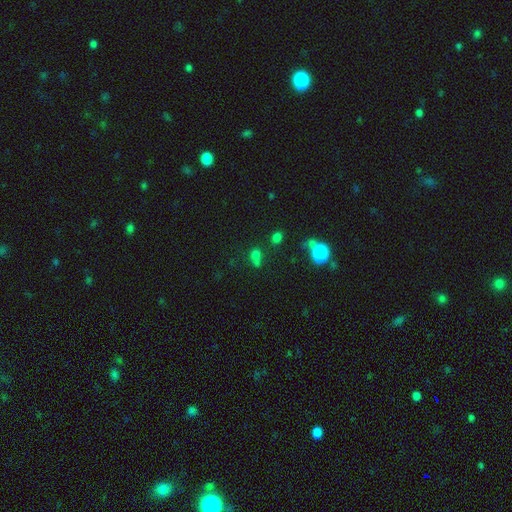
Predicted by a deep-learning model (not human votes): Smooth or featured: smooth — 63% (star or artifact — 28%)
How rounded: round — 56% (in between — 41%)
Merging: none — 47% (merger — 26%)